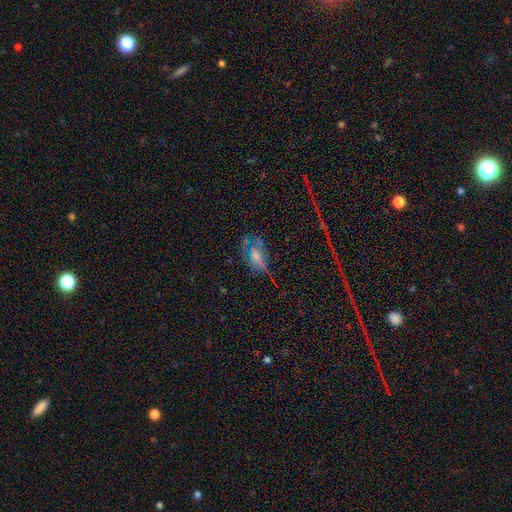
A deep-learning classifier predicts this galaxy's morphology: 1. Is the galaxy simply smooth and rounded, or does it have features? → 40% featured or disk, 30% star or artifact, 30% smooth.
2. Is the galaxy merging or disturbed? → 48% none, 24% minor disturbance, 23% major disturbance, 4% merger.